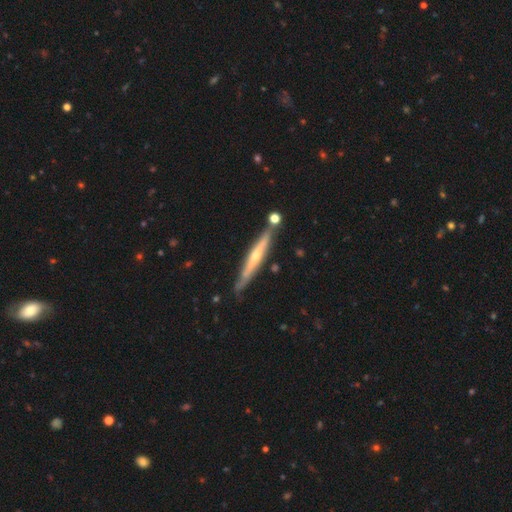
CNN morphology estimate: Smooth or featured? featured or disk (69%)
Edge-on disk? yes (94%)
Edge-on bulge? rounded (69%)
Merging? none (79%)